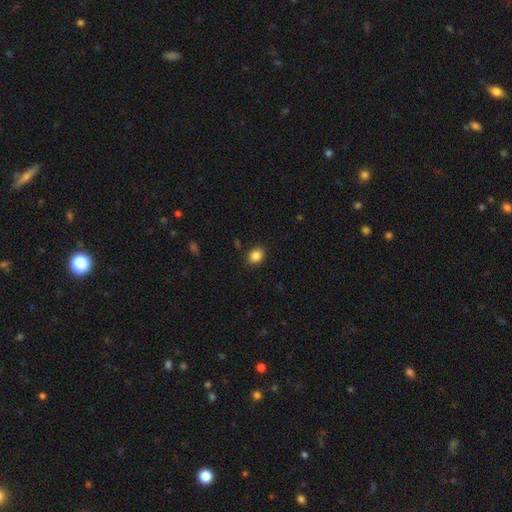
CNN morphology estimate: A smooth galaxy with no disk features (86%) that is in between round and cigar-shaped (51%).

Vote fractions:
- Smooth or featured? smooth: 86% / star or artifact: 9% / featured or disk: 4%
- How rounded? in between: 51% / round: 48% / cigar-shaped: 1%
- Merging? none: 88% / minor disturbance: 8% / major disturbance: 2% / merger: 1%